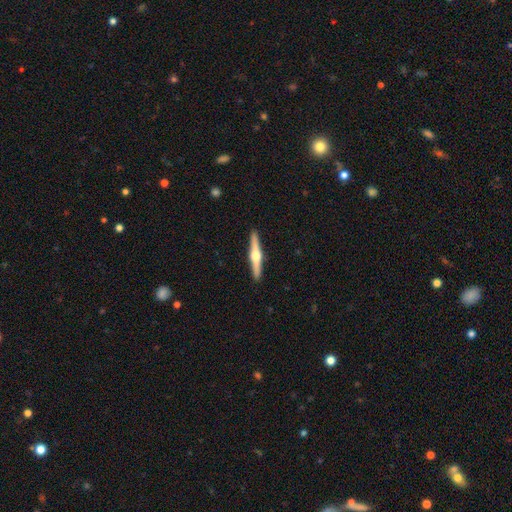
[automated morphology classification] This appears to be a featured or disk galaxy (75%) viewed edge-on (98%) with a rounded central bulge (95%). Merging: none (92%).